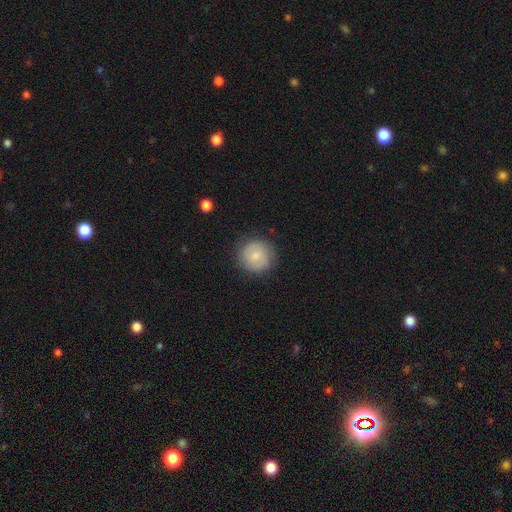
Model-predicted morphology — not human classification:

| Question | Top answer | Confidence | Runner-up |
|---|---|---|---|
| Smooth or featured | smooth | 77% | featured or disk (15%) |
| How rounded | round | 93% | in between (6%) |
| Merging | none | 85% | minor disturbance (11%) |